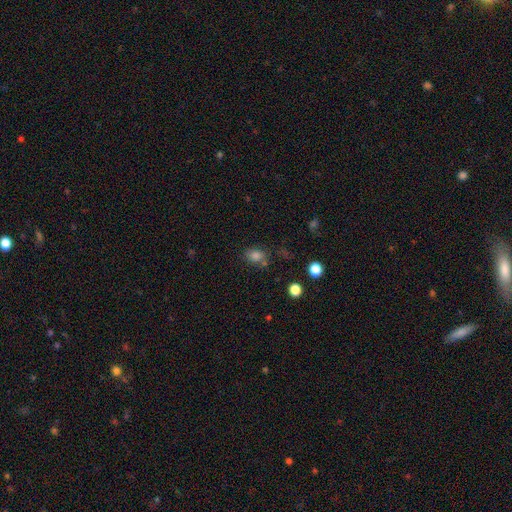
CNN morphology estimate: Smooth or featured? Predicted: smooth (p=0.78). How rounded? Predicted: in between (p=0.56). Merging? Predicted: none (p=0.63).